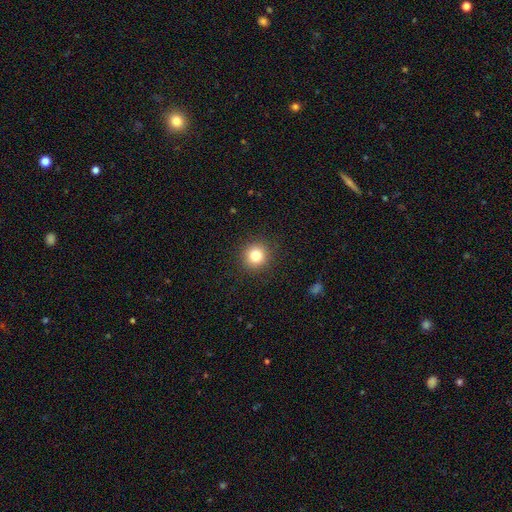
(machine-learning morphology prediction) A smooth galaxy with no disk features (82%) that is round (93%). Merging: none (91%).